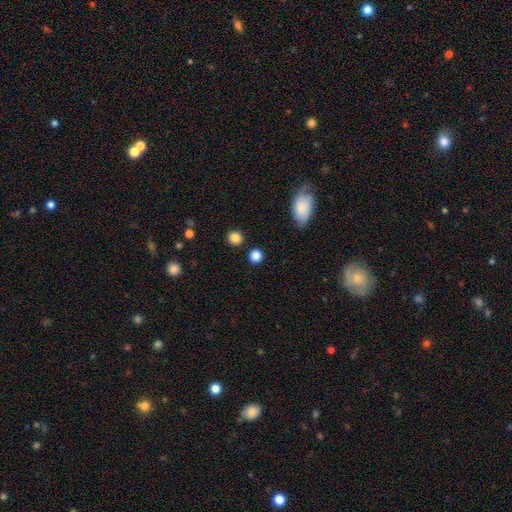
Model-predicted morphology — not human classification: Q: Smooth or featured?
A: smooth (85%); runner-up: star or artifact (11%)
Q: How rounded?
A: round (88%); runner-up: in between (11%)
Q: Merging?
A: none (85%); runner-up: minor disturbance (8%)